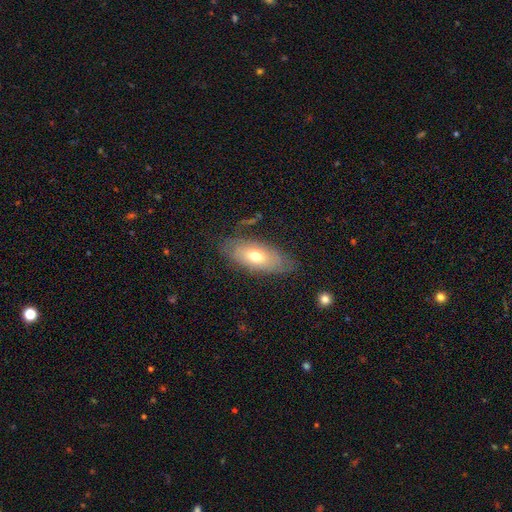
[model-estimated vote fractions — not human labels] smooth 60%, featured or disk 33%, star or artifact 8%. Down the decision tree: how rounded — in between (86%); merging — none (72%).